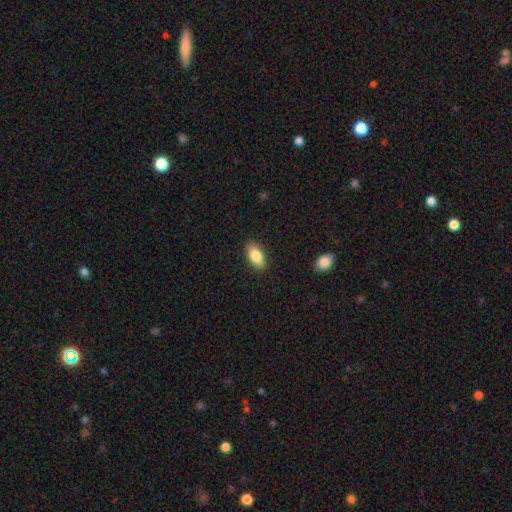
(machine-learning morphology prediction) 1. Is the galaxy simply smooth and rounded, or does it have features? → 81% smooth, 12% featured or disk, 7% star or artifact.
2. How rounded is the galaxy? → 86% in between, 11% cigar-shaped, 3% round.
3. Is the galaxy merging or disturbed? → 88% none, 8% minor disturbance, 2% major disturbance, 1% merger.